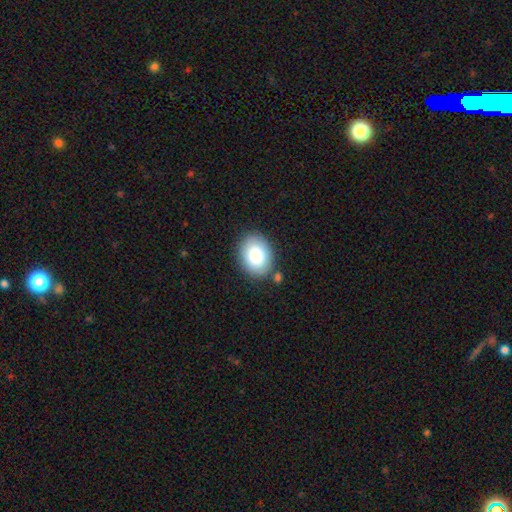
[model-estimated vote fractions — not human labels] Overall: smooth (85%). How rounded: in between (72%). Merging: none (82%).